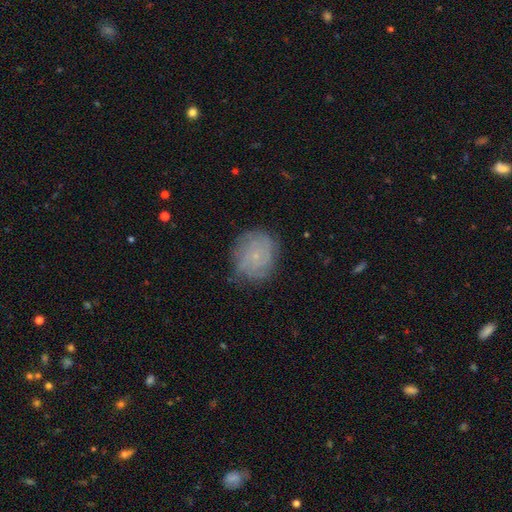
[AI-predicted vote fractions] This is possibly a featured or disk galaxy (60%). It is clearly not viewed edge-on (98%). Bar: clearly no (83%). Spiral arm pattern: clearly yes (86%). Spiral arm count: possibly can't tell (48%). Spiral winding: likely tight (70%). Central bulge: clearly small (84%). Merging: likely none (75%).